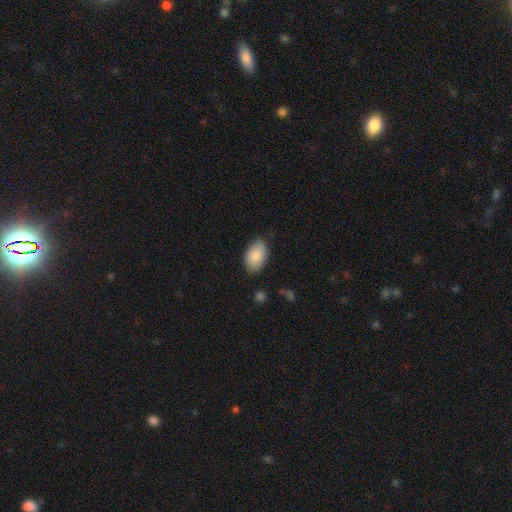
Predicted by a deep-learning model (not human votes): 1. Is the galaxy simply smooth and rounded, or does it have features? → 86% smooth, 8% featured or disk, 6% star or artifact.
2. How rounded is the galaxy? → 93% in between, 6% round, 1% cigar-shaped.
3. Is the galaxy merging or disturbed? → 79% none, 17% minor disturbance, 3% major disturbance, 1% merger.